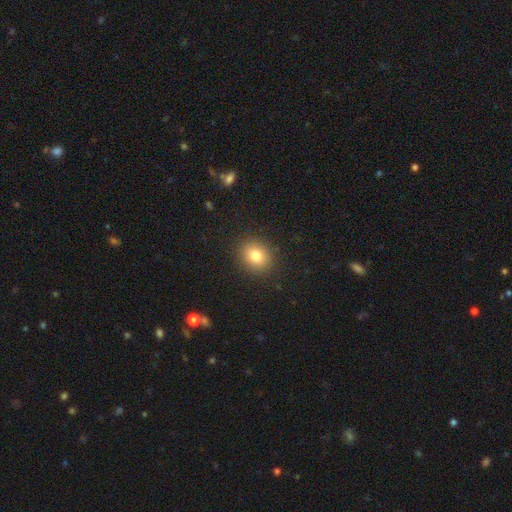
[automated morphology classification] smooth 80%, star or artifact 11%, featured or disk 9%. Down the decision tree: how rounded — round (66%); merging — none (89%).